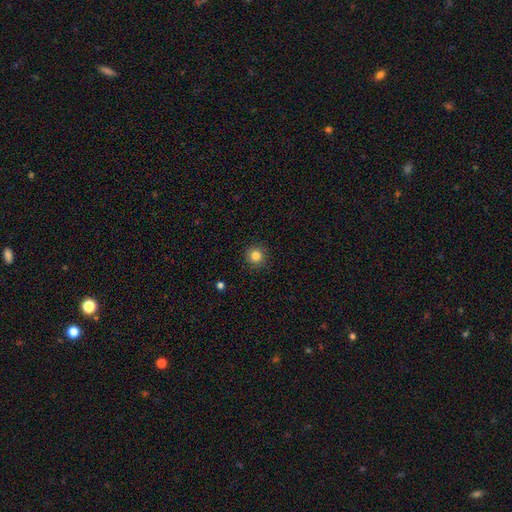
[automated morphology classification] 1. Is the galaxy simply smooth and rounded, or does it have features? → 84% smooth, 11% star or artifact, 5% featured or disk.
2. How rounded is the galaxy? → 94% round, 5% in between, 1% cigar-shaped.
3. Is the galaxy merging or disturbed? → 91% none, 6% minor disturbance, 2% major disturbance, 1% merger.